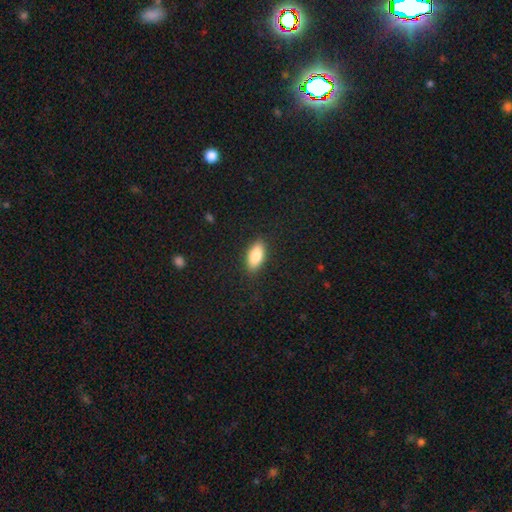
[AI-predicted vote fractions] Smooth or featured?
  - smooth: 82% *
  - featured or disk: 11%
  - star or artifact: 7%
How rounded?
  - in between: 86% *
  - cigar-shaped: 10%
  - round: 3%
Merging?
  - none: 88% *
  - minor disturbance: 9%
  - major disturbance: 2%
  - merger: 1%